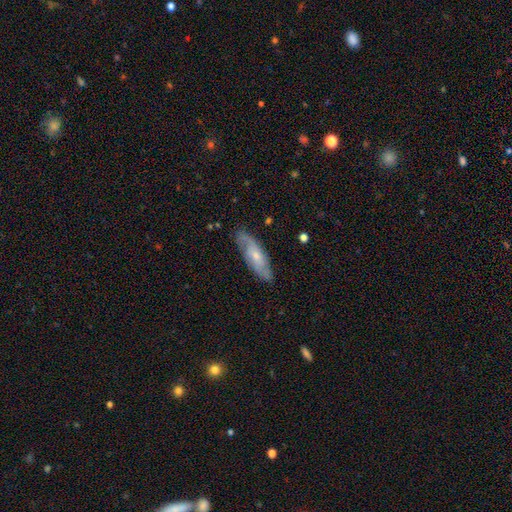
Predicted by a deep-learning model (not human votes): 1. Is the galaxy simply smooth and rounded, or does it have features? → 63% featured or disk, 31% smooth, 6% star or artifact.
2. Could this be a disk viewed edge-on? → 80% no, 20% yes.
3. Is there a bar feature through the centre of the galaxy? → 65% no, 30% weak, 5% strong.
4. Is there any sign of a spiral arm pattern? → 88% yes, 12% no.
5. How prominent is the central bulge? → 56% small, 38% moderate, 3% none, 2% large, 1% dominant.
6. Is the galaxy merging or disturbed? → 80% none, 16% minor disturbance, 3% major disturbance, 1% merger.